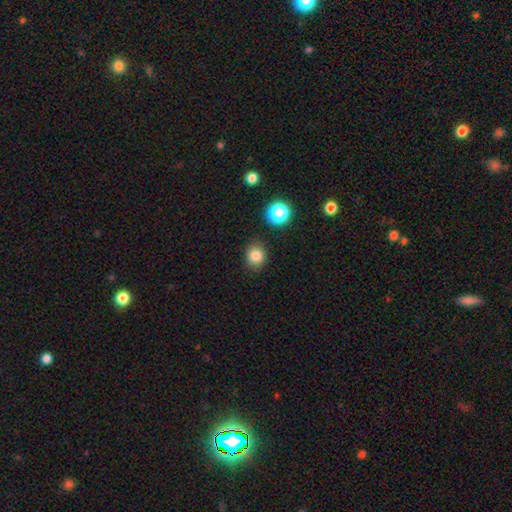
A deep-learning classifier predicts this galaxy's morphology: smooth-or-featured: smooth: 82% | star or artifact: 12% | featured or disk: 5%
  how-rounded: round: 69% | in between: 30% | cigar-shaped: 1%
  merging: none: 84% | minor disturbance: 11% | major disturbance: 3% | merger: 2%